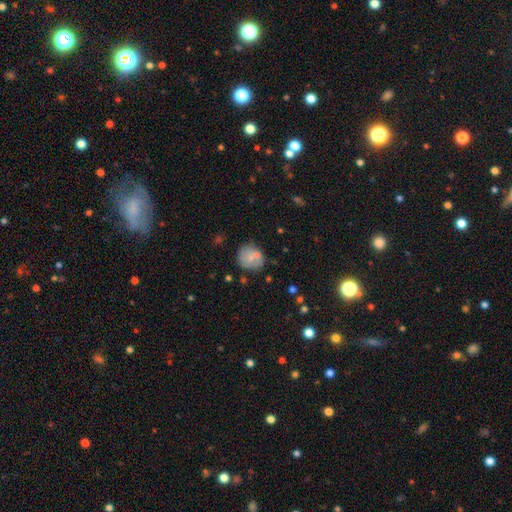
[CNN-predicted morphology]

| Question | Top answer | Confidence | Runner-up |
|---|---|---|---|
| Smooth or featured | smooth | 56% | featured or disk (27%) |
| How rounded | round | 82% | in between (17%) |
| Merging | none | 69% | minor disturbance (17%) |